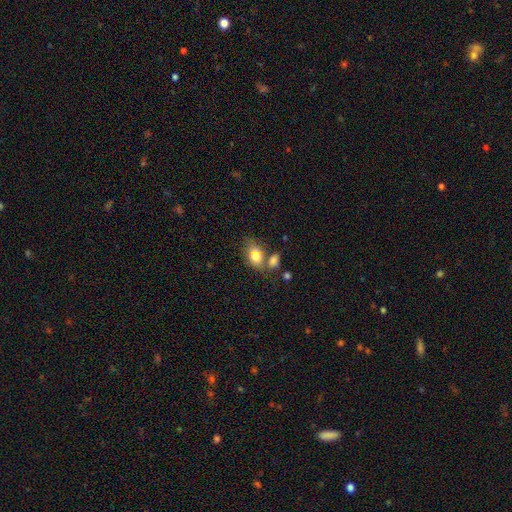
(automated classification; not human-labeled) smooth_or_featured: smooth (p=0.76) [alt: featured or disk p=0.14]
how_rounded: in between (p=0.78) [alt: round p=0.20]
merging: none (p=0.43) [alt: merger p=0.32]